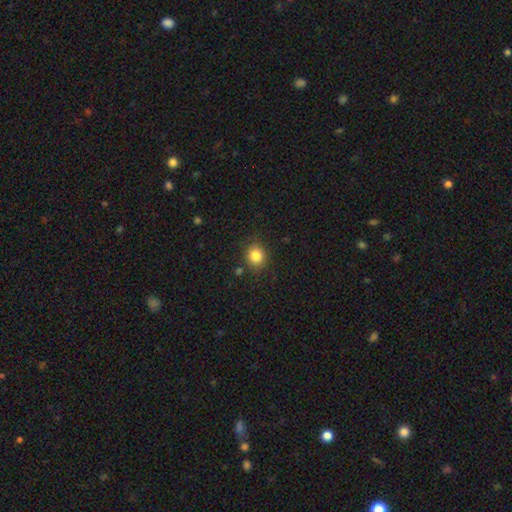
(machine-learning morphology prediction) A smooth galaxy with no disk features (83%) that is round (79%).

Vote fractions:
- Smooth or featured? smooth: 83% / star or artifact: 11% / featured or disk: 6%
- How rounded? round: 79% / in between: 20% / cigar-shaped: 1%
- Merging? none: 83% / minor disturbance: 11% / major disturbance: 3% / merger: 3%